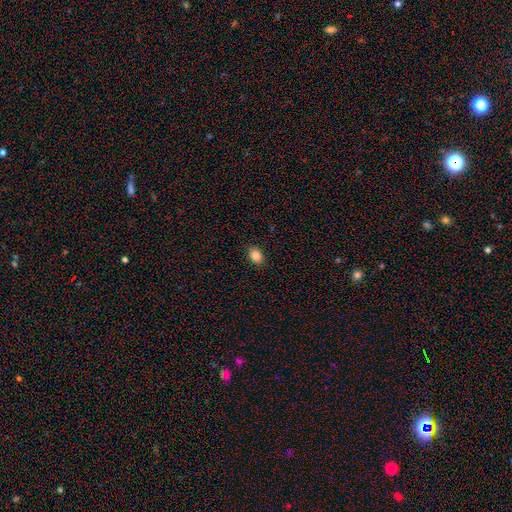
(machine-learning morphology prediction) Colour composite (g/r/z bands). It shows a smooth galaxy with no disk features (86%) that is in between round and cigar-shaped (74%). Merging: none (89%).